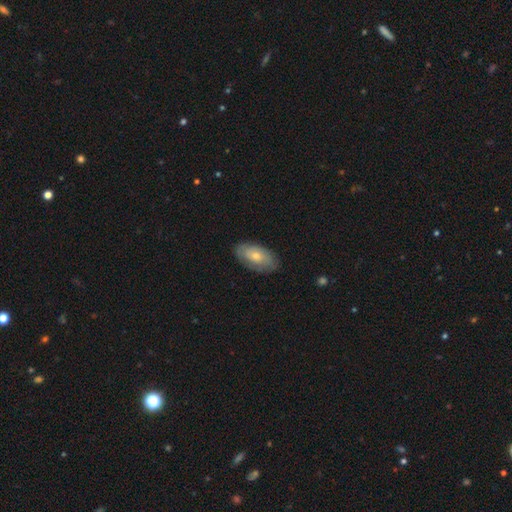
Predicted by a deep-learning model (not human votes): Smooth or featured?
  - smooth: 58% *
  - featured or disk: 36%
  - star or artifact: 6%
How rounded?
  - in between: 93% *
  - round: 4%
  - cigar-shaped: 3%
Merging?
  - none: 80% *
  - minor disturbance: 15%
  - major disturbance: 3%
  - merger: 1%